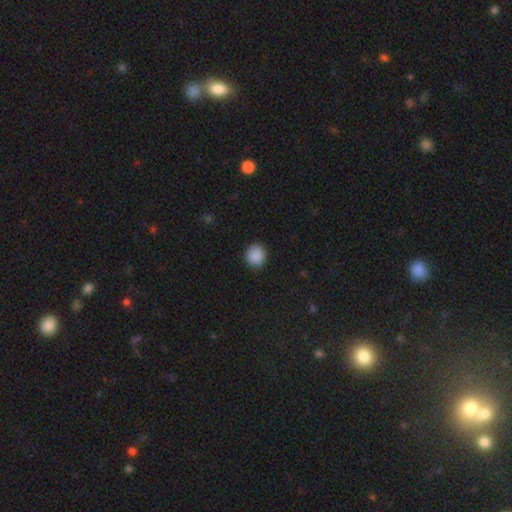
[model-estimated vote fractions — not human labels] Smooth or featured?
  - smooth: 89% *
  - star or artifact: 9%
  - featured or disk: 3%
How rounded?
  - round: 85% *
  - in between: 14%
  - cigar-shaped: 1%
Merging?
  - none: 89% *
  - minor disturbance: 8%
  - major disturbance: 2%
  - merger: 1%